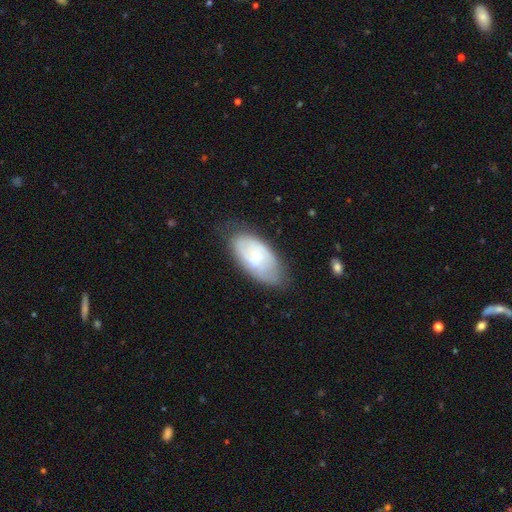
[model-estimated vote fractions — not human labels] This is possibly a featured or disk galaxy (47%). Merging: likely none (65%).